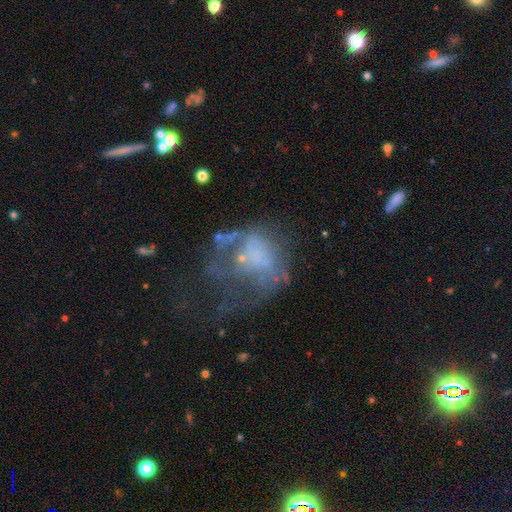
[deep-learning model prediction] smooth-or-featured: featured or disk: 54% | smooth: 29% | star or artifact: 17%
  disk-edge-on: no: 98% | yes: 2%
    bar: no: 87% | weak: 11% | strong: 3%
    has-spiral-arms: no: 83% | yes: 17%
    bulge-size: none: 62% | small: 18% | moderate: 14% | large: 4% | dominant: 2%
  merging: major disturbance: 51% | none: 24% | minor disturbance: 15% | merger: 11%